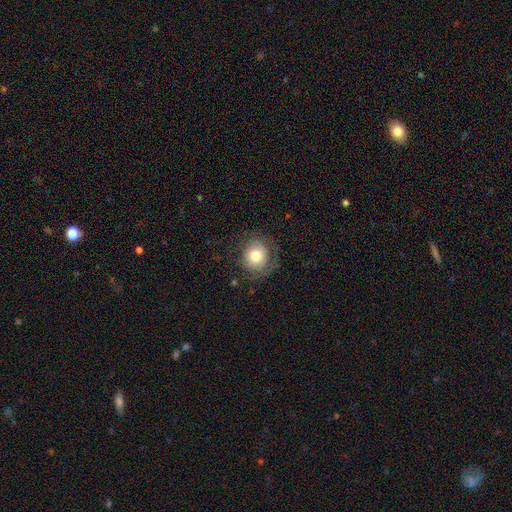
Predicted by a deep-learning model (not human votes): smooth-or-featured: smooth: 73% | featured or disk: 17% | star or artifact: 9%
  how-rounded: round: 85% | in between: 14% | cigar-shaped: 1%
  merging: none: 71% | minor disturbance: 18% | major disturbance: 10% | merger: 1%